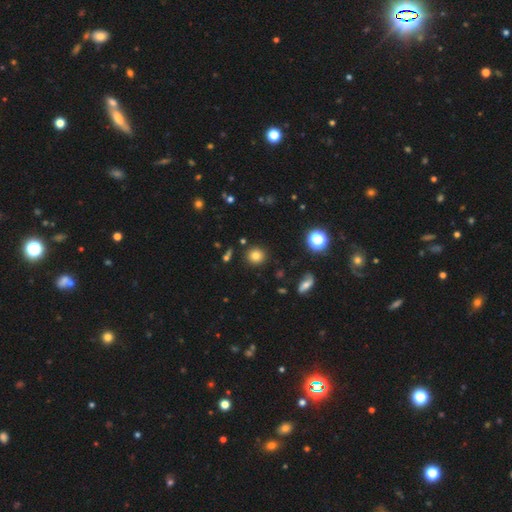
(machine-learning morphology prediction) Overall: smooth (78%). How rounded: round (92%). Merging: none (89%).